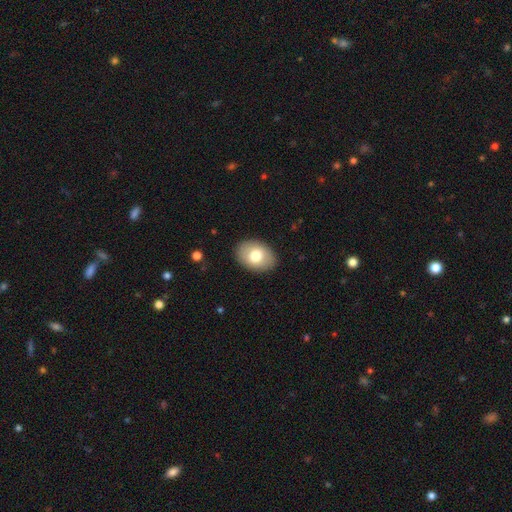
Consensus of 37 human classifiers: Volunteers were most divided on "smooth or featured": smooth: 73%, featured or disk: 24%, star or artifact: 3%. More confident: merging — none (94%); how rounded — in between (93%).